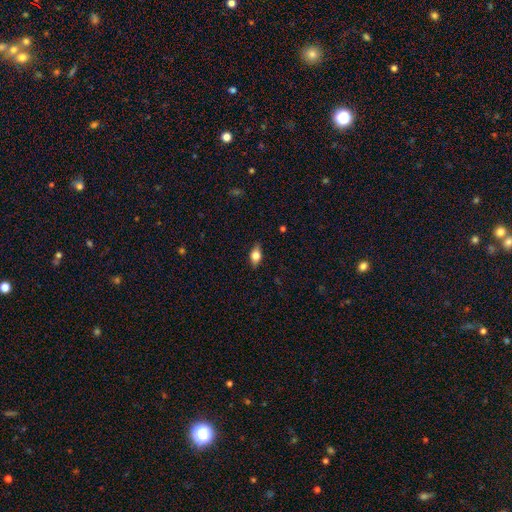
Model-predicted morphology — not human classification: smooth_or_featured: smooth (p=0.67) [alt: featured or disk p=0.24]
how_rounded: in between (p=0.82) [alt: round p=0.10]
merging: none (p=0.83) [alt: minor disturbance p=0.13]